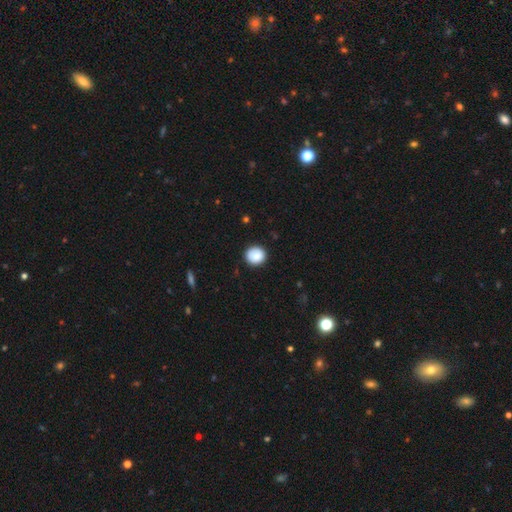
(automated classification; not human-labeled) Overall: smooth (88%). How rounded: round (88%). Merging: none (88%).